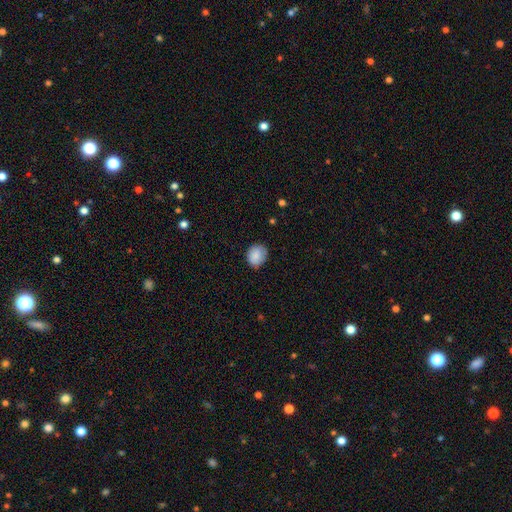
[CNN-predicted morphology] Q: Smooth or featured?
A: smooth (87%); runner-up: star or artifact (7%)
Q: How rounded?
A: round (63%); runner-up: in between (36%)
Q: Merging?
A: none (79%); runner-up: minor disturbance (17%)